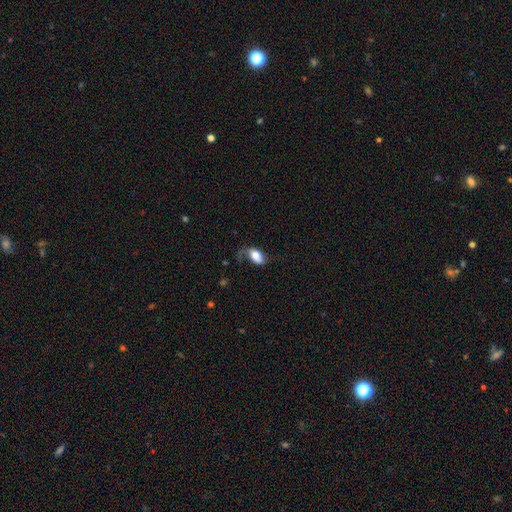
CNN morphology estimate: Smooth or featured? smooth (67%)
How rounded? in between (90%)
Merging? major disturbance (38%)